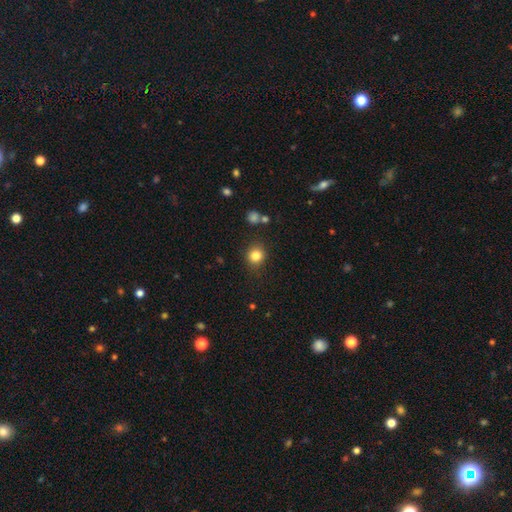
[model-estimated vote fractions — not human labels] A smooth galaxy with no disk features (83%) that is round (83%). Merging: none (84%).